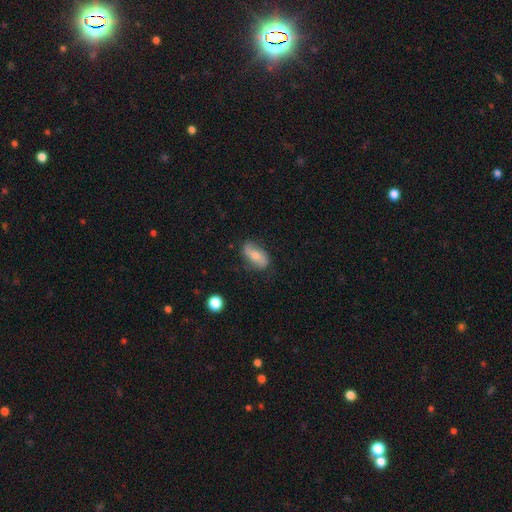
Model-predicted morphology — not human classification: type=smooth (50%); merging=none (70%).